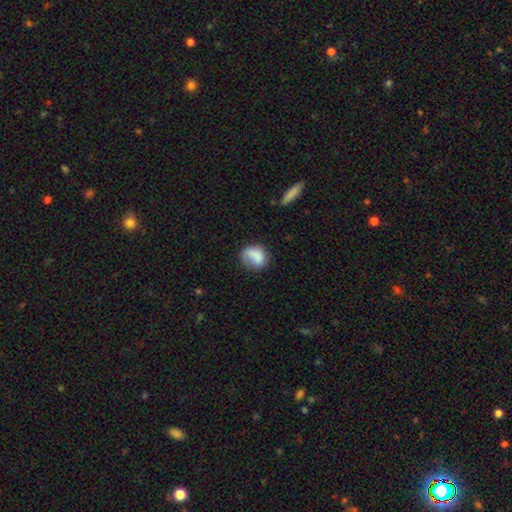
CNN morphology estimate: smooth 76%, featured or disk 17%, star or artifact 7%. Down the decision tree: how rounded — round (55%); merging — none (50%).